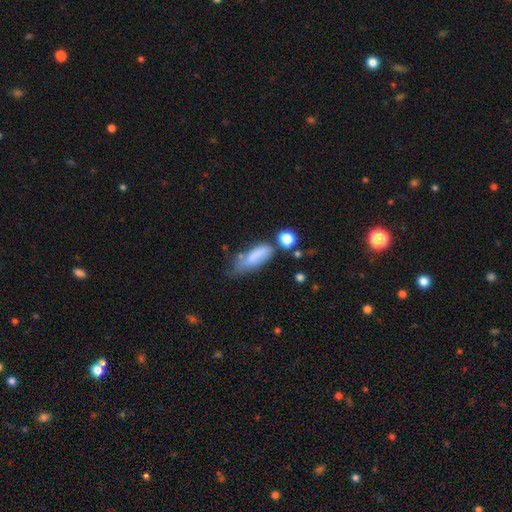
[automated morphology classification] Overall: smooth (72%). How rounded: in between (67%; cigar-shaped 29%). Merging: minor disturbance (34%; none 32%).